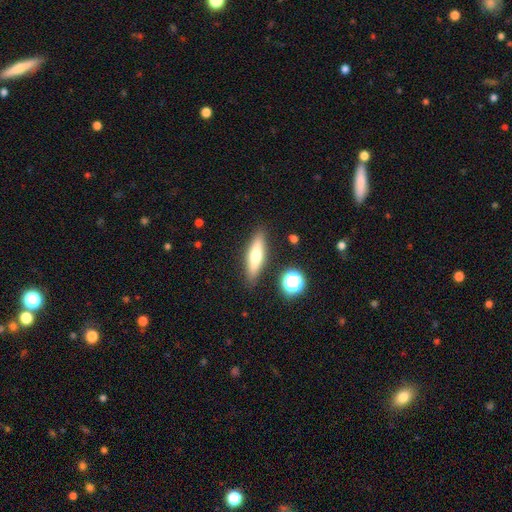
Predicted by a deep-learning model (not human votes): smooth_or_featured: smooth (p=0.56) [alt: featured or disk p=0.36]
how_rounded: cigar-shaped (p=0.71) [alt: in between p=0.26]
merging: none (p=0.86) [alt: minor disturbance p=0.09]